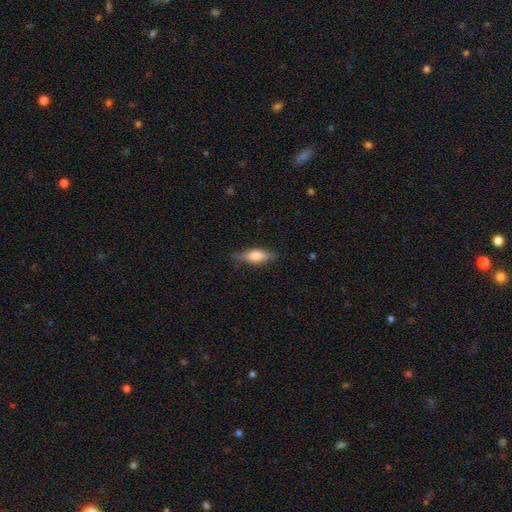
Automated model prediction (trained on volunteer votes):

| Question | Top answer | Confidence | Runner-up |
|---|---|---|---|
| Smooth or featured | smooth | 56% | featured or disk (37%) |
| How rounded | in between | 59% | cigar-shaped (38%) |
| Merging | none | 78% | minor disturbance (17%) |